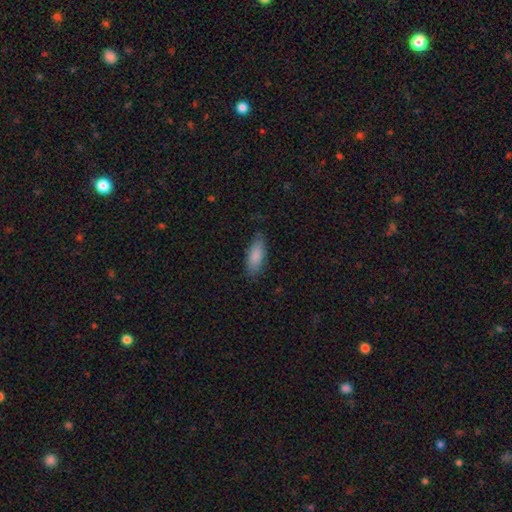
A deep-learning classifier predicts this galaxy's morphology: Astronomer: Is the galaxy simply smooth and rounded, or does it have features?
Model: smooth — 86%.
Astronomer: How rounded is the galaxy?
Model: in between — 76%.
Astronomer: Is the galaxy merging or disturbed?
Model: none — 80%.